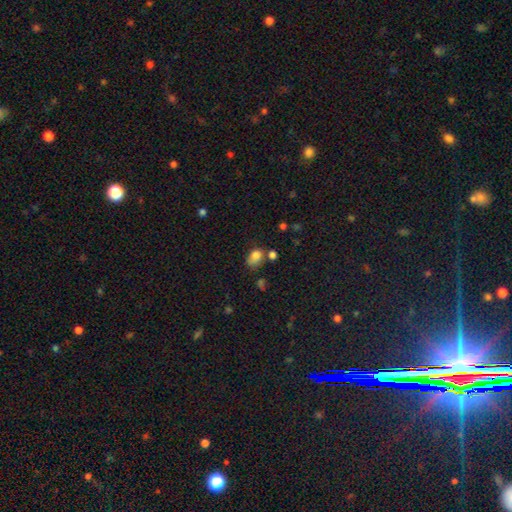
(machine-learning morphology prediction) smooth-or-featured: smooth: 80% | star or artifact: 11% | featured or disk: 9%
  how-rounded: in between: 65% | round: 34% | cigar-shaped: 1%
  merging: none: 43% | minor disturbance: 28% | merger: 16% | major disturbance: 13%